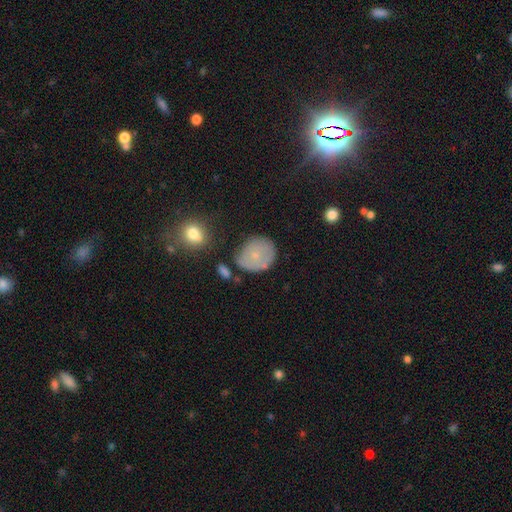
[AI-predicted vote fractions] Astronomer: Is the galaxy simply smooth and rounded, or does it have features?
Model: smooth — 67%.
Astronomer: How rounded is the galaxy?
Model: round — 68%.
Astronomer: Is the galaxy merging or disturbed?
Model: none — 60%.